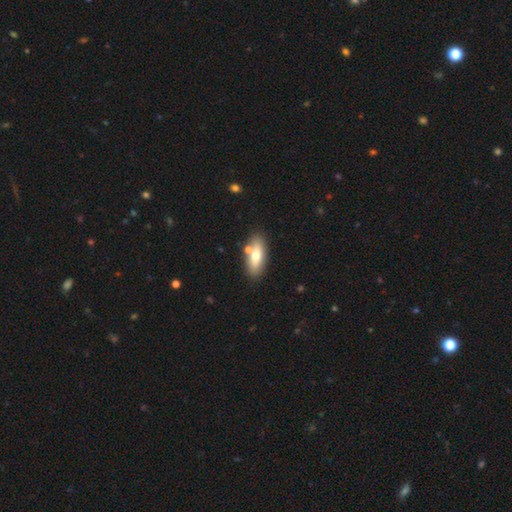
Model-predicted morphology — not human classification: type=smooth (68%); roundness=in between (72%); merging=none (75%).